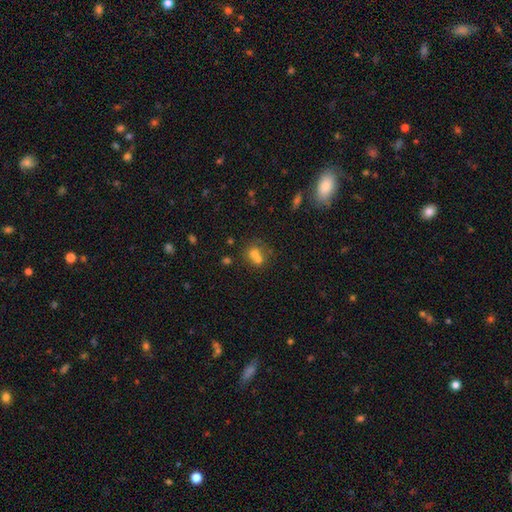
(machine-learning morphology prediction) smooth-or-featured: smooth: 65% | featured or disk: 20% | star or artifact: 15%
  how-rounded: round: 73% | in between: 26% | cigar-shaped: 1%
  merging: merger: 61% | none: 30% | minor disturbance: 6% | major disturbance: 3%